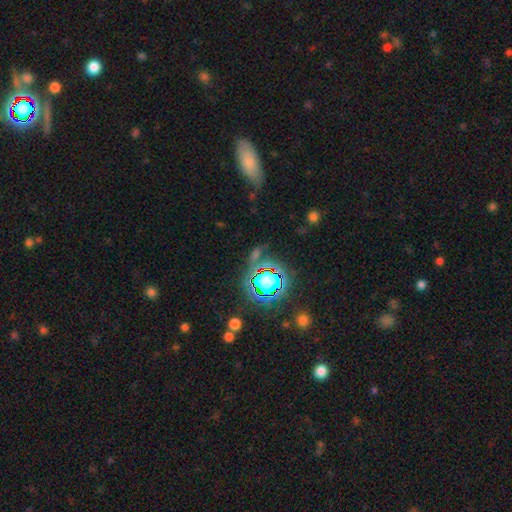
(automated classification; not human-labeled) Q: Smooth or featured?
A: star or artifact (57%); runner-up: smooth (29%)